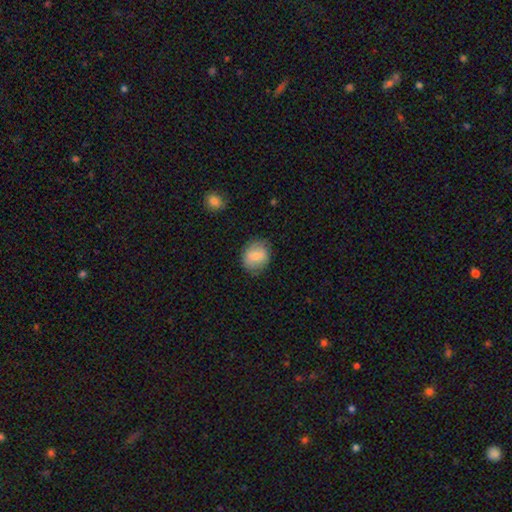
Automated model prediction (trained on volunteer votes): Q: Smooth or featured?
A: smooth (75%); runner-up: featured or disk (18%)
Q: How rounded?
A: round (66%); runner-up: in between (33%)
Q: Merging?
A: none (76%); runner-up: minor disturbance (18%)